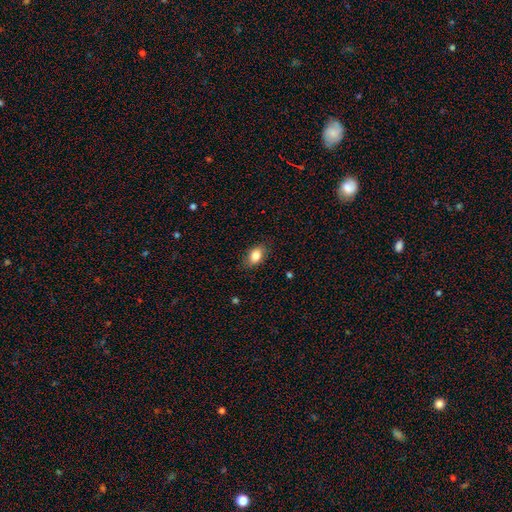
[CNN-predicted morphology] Q: Smooth or featured?
A: smooth (84%); runner-up: star or artifact (8%)
Q: How rounded?
A: in between (83%); runner-up: round (15%)
Q: Merging?
A: none (83%); runner-up: minor disturbance (13%)